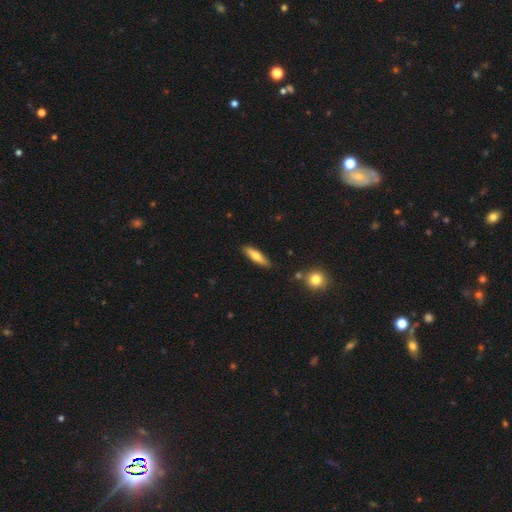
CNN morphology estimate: Overall: smooth (63%; featured or disk 31%). How rounded: cigar-shaped (73%). Merging: none (88%).